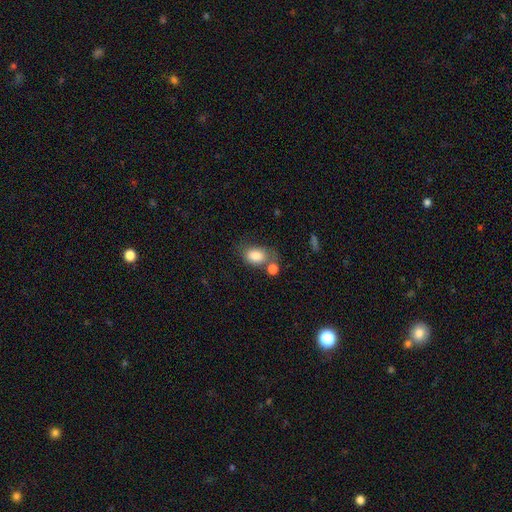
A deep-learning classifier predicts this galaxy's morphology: A smooth galaxy with no disk features (83%) that is in between round and cigar-shaped (76%).

Vote fractions:
- Smooth or featured? smooth: 83% / featured or disk: 9% / star or artifact: 8%
- How rounded? in between: 76% / round: 23% / cigar-shaped: 1%
- Merging? none: 49% / merger: 25% / minor disturbance: 18% / major disturbance: 8%